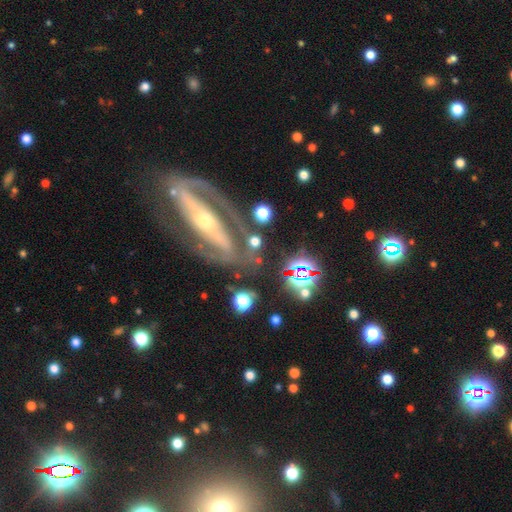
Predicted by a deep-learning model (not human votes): Q: Smooth or featured?
A: featured or disk (87%); runner-up: smooth (7%)
Q: Edge-on disk?
A: no (86%); runner-up: yes (14%)
Q: Bar?
A: strong (56%); runner-up: no (24%)
Q: Spiral arms?
A: yes (88%); runner-up: no (12%)
Q: Spiral winding?
A: tight (42%); runner-up: medium (41%)
Q: Spiral arm count?
A: 2 (85%); runner-up: can't tell (7%)
Q: Bulge size?
A: small (51%); runner-up: moderate (42%)
Q: Merging?
A: none (72%); runner-up: minor disturbance (15%)